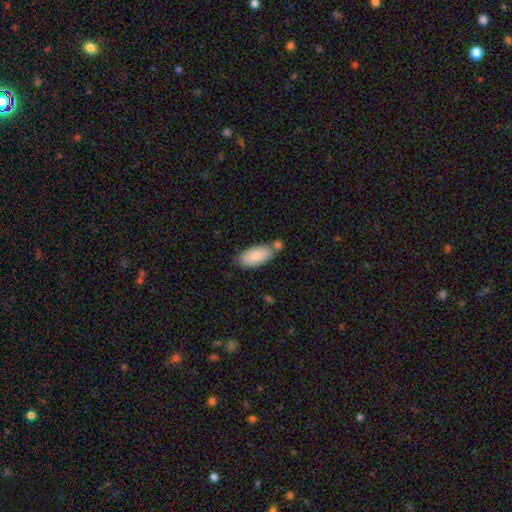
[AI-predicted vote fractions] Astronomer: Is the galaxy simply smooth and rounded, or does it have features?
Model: smooth — 85%.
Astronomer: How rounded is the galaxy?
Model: in between — 91%.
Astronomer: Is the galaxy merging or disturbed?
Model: none — 59%.